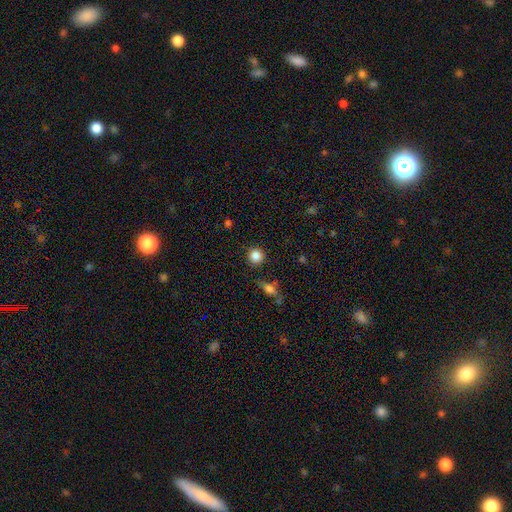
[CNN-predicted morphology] Q: Smooth or featured?
A: smooth (84%); runner-up: star or artifact (11%)
Q: How rounded?
A: round (93%); runner-up: in between (6%)
Q: Merging?
A: none (87%); runner-up: minor disturbance (7%)